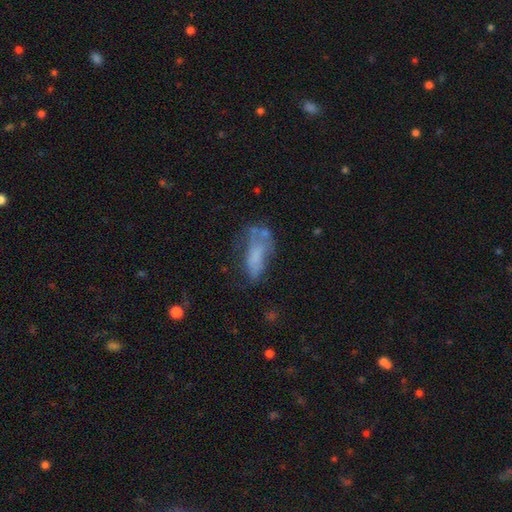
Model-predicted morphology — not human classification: Smooth or featured: smooth — 55% (featured or disk — 32%)
How rounded: in between — 73% (cigar-shaped — 23%)
Merging: none — 32% (major disturbance — 30%)